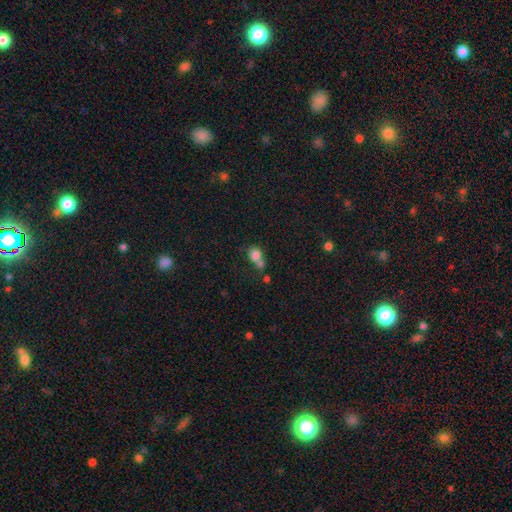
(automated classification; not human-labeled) Overall: smooth (78%). How rounded: round (69%; in between 30%). Merging: merger (53%; none 33%).